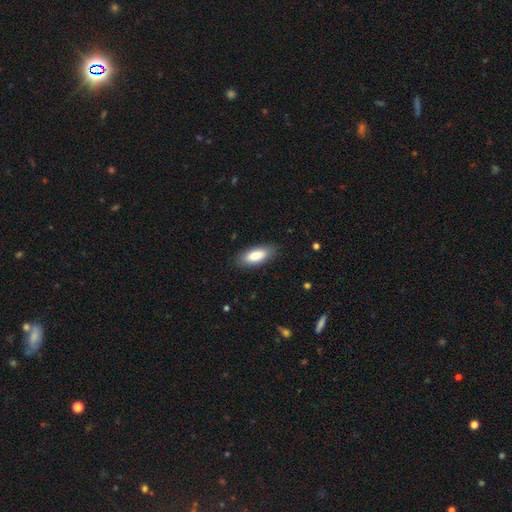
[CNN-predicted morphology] Q: Smooth or featured?
A: smooth (85%); runner-up: featured or disk (9%)
Q: How rounded?
A: in between (79%); runner-up: cigar-shaped (19%)
Q: Merging?
A: none (86%); runner-up: minor disturbance (11%)